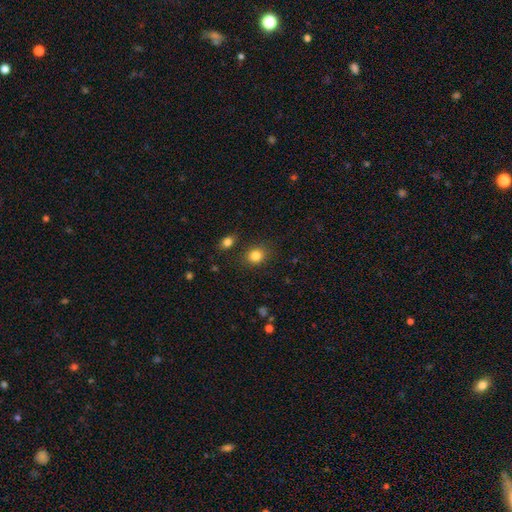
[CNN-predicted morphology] Overall: smooth (84%). How rounded: round (71%). Merging: none (83%).